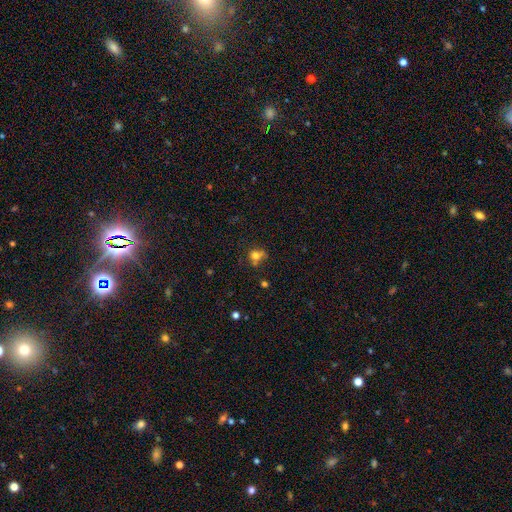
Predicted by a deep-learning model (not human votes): Smooth or featured? Predicted: smooth (p=0.69). How rounded? Predicted: round (p=0.71). Merging? Predicted: none (p=0.44).